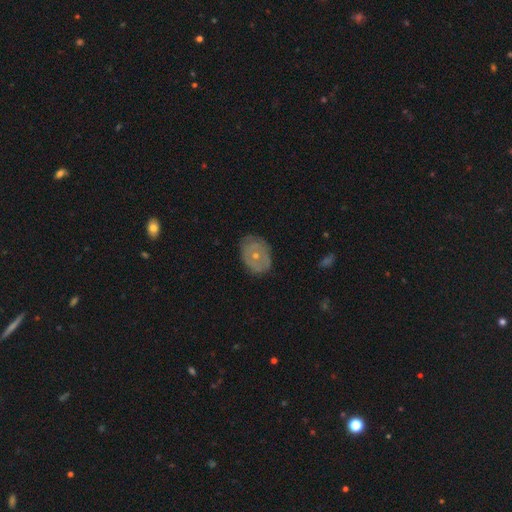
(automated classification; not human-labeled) smooth-or-featured: featured or disk: 54% | smooth: 38% | star or artifact: 8%
  disk-edge-on: no: 94% | yes: 6%
    bar: no: 86% | weak: 11% | strong: 3%
    has-spiral-arms: no: 61% | yes: 39%
    bulge-size: small: 61% | moderate: 37% | none: 1% | large: 1% | dominant: 1%
  merging: none: 76% | minor disturbance: 18% | major disturbance: 5% | merger: 1%